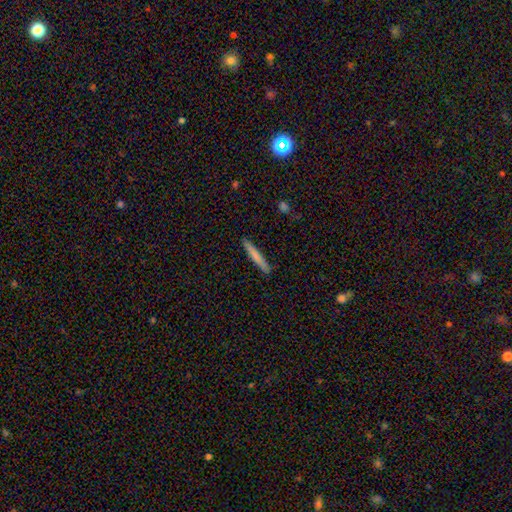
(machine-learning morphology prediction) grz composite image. It shows a smooth galaxy with no disk features (72%) that is cigar-shaped (95%). Merging: none (90%).